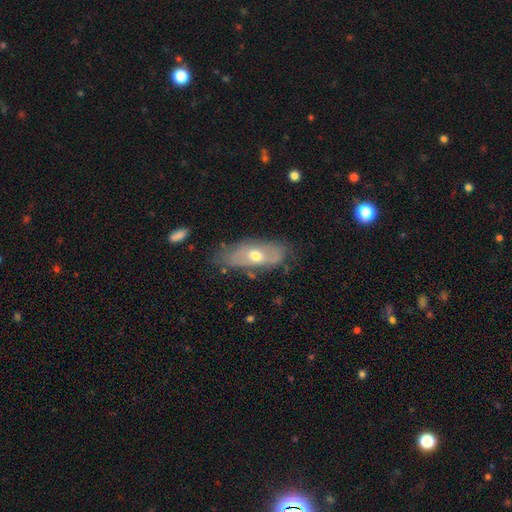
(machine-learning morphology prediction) Smooth or featured? smooth (47%)
Merging? none (63%)